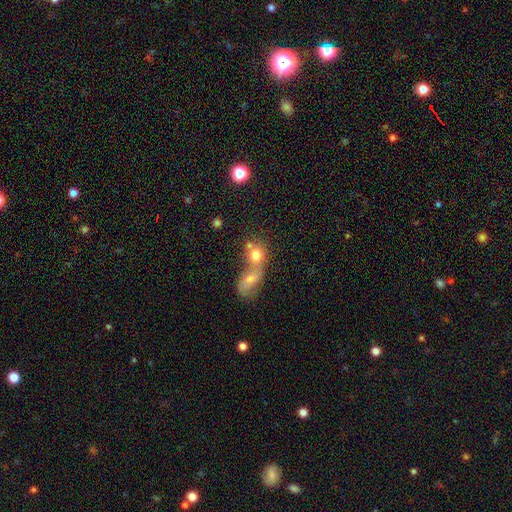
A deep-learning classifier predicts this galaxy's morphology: Q: Smooth or featured?
A: smooth (72%); runner-up: featured or disk (17%)
Q: How rounded?
A: round (59%); runner-up: in between (38%)
Q: Merging?
A: merger (69%); runner-up: none (21%)